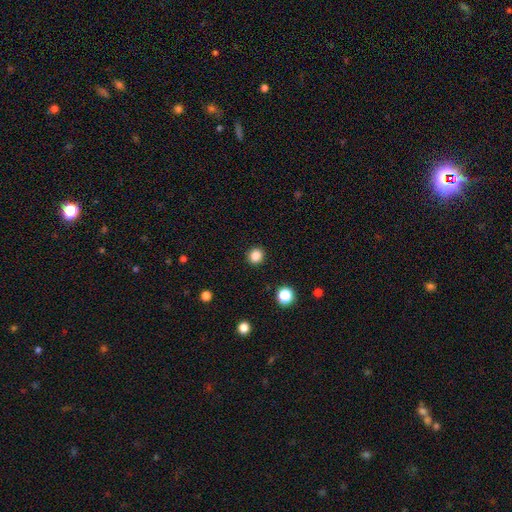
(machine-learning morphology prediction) A smooth galaxy with no disk features (85%) that is round (92%).

Vote fractions:
- Smooth or featured? smooth: 85% / star or artifact: 12% / featured or disk: 3%
- How rounded? round: 92% / in between: 7% / cigar-shaped: 1%
- Merging? none: 92% / minor disturbance: 5% / major disturbance: 2% / merger: 1%